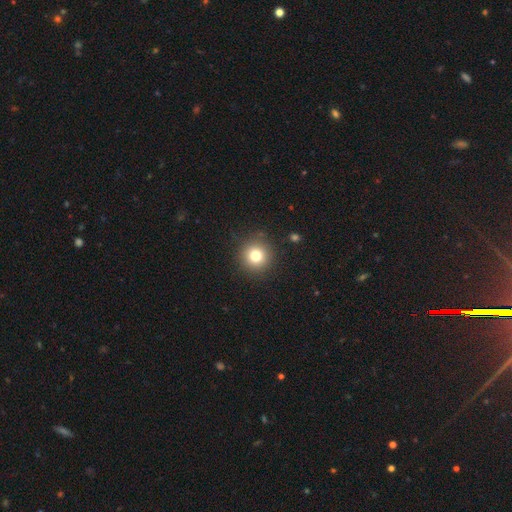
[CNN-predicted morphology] The model was most divided on "smooth or featured": smooth: 78%, star or artifact: 13%, featured or disk: 9%. More confident: how rounded — round (95%); merging — none (90%).